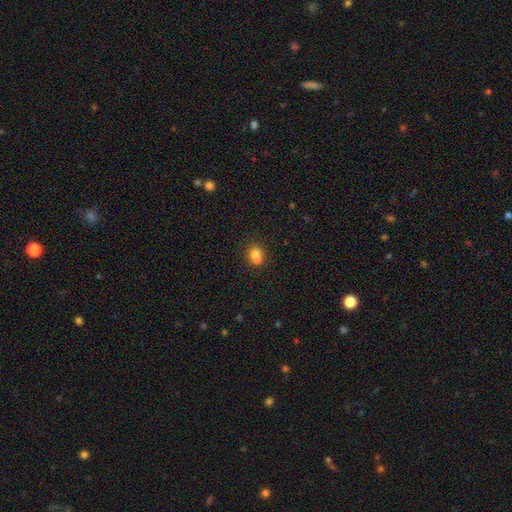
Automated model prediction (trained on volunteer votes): smooth_or_featured: smooth (p=0.72) [alt: featured or disk p=0.15]
how_rounded: round (p=0.74) [alt: in between p=0.25]
merging: merger (p=0.52) [alt: none p=0.37]